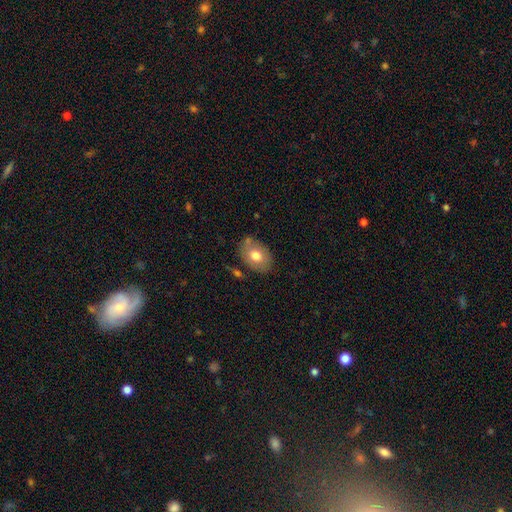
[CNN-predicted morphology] Smooth or featured: smooth — 71% (featured or disk — 22%)
How rounded: in between — 79% (round — 20%)
Merging: none — 72% (minor disturbance — 18%)